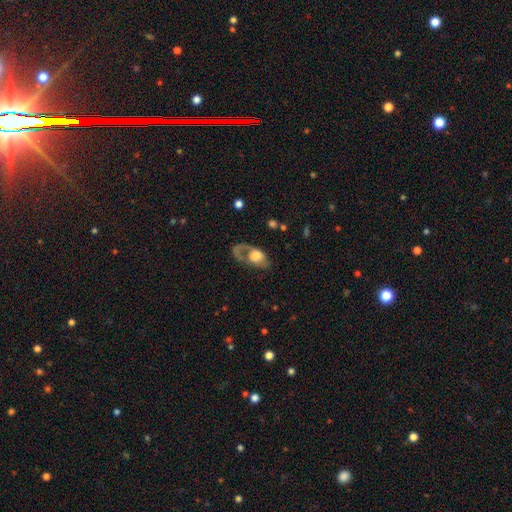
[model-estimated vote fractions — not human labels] Morphology: type=featured or disk (51%); edge-on=no (92%); merging=major disturbance (43%).